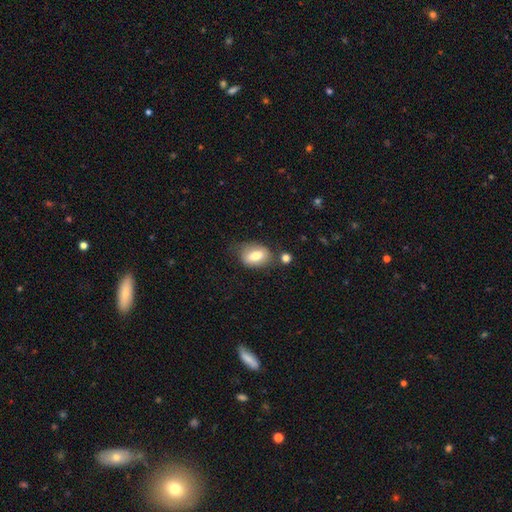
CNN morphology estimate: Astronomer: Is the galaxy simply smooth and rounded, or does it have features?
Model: smooth — 70%.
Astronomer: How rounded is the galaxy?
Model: in between — 79%.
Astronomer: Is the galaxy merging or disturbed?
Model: none — 62%.